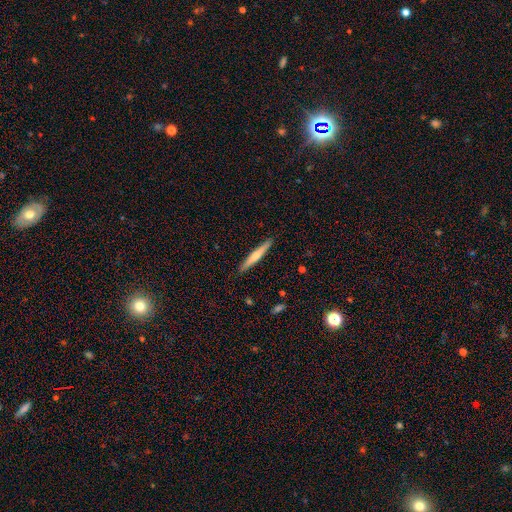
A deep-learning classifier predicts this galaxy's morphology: The model was most divided on "smooth or featured": smooth: 55%, featured or disk: 40%, star or artifact: 5%. More confident: how rounded — cigar-shaped (95%); merging — none (91%).